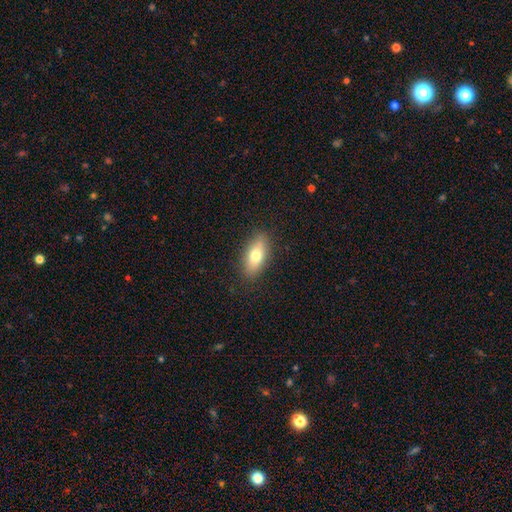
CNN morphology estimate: Smooth or featured? smooth (74%)
How rounded? in between (83%)
Merging? none (86%)